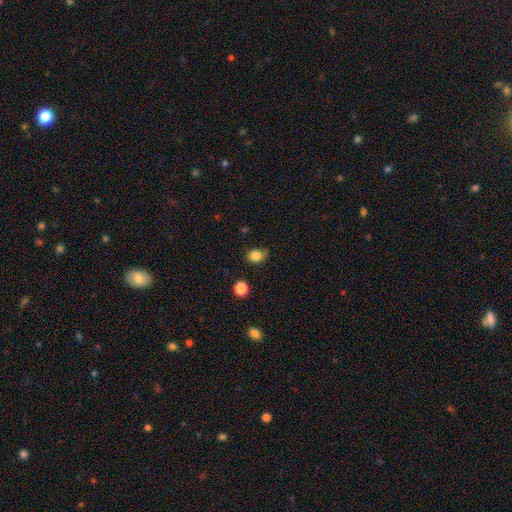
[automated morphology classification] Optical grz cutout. It shows a smooth galaxy with no disk features (83%) that is round (60%). Merging: none (69%).